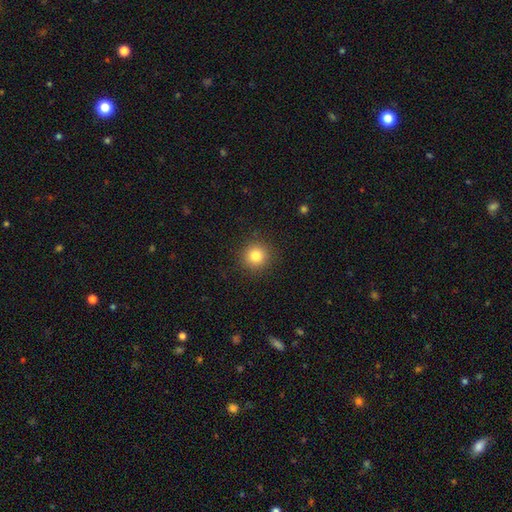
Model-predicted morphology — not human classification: smooth_or_featured: smooth (p=0.82) [alt: star or artifact p=0.12]
how_rounded: round (p=0.94) [alt: in between p=0.05]
merging: none (p=0.91) [alt: minor disturbance p=0.06]